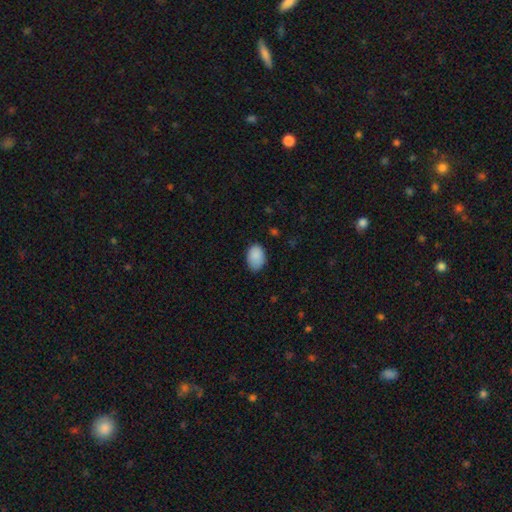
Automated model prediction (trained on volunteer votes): Q: Smooth or featured?
A: smooth (89%); runner-up: star or artifact (7%)
Q: How rounded?
A: in between (86%); runner-up: round (13%)
Q: Merging?
A: none (75%); runner-up: minor disturbance (20%)